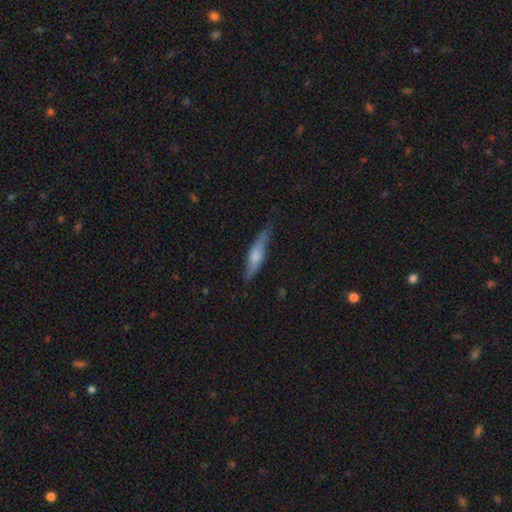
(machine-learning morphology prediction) Smooth or featured: smooth — 53% (featured or disk — 41%)
How rounded: cigar-shaped — 76% (in between — 22%)
Merging: none — 74% (minor disturbance — 21%)